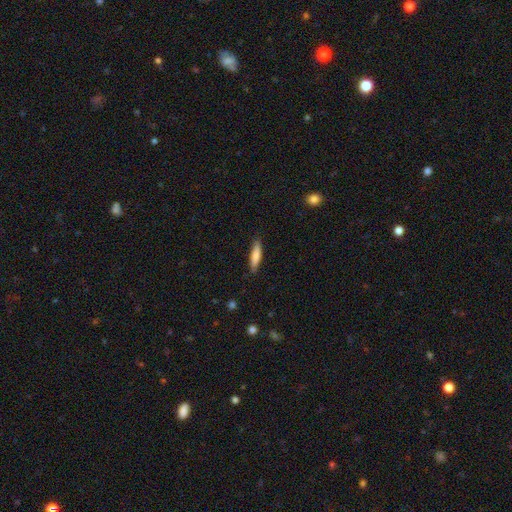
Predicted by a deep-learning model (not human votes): This is likely a smooth galaxy (78%). How rounded: likely cigar-shaped (76%). Merging: clearly none (84%).